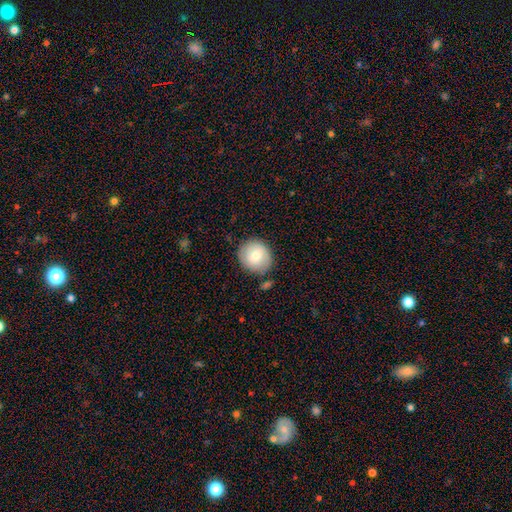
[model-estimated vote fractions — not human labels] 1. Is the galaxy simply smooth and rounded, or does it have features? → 77% smooth, 15% featured or disk, 8% star or artifact.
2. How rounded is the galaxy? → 86% round, 13% in between, 1% cigar-shaped.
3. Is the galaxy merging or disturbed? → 80% none, 12% minor disturbance, 5% merger, 3% major disturbance.